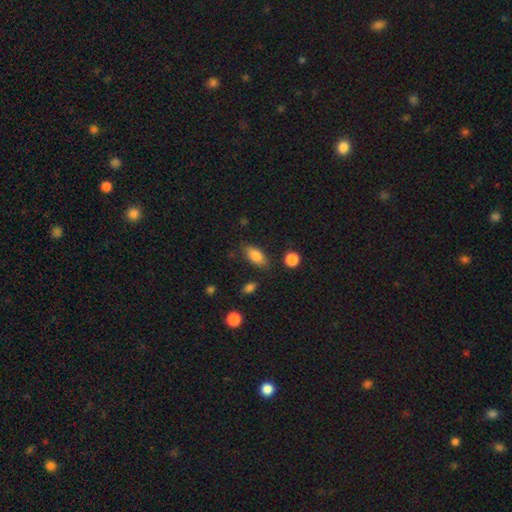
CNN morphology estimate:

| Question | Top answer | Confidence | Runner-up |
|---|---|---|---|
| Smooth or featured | smooth | 81% | featured or disk (11%) |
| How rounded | in between | 86% | cigar-shaped (10%) |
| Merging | none | 80% | minor disturbance (14%) |